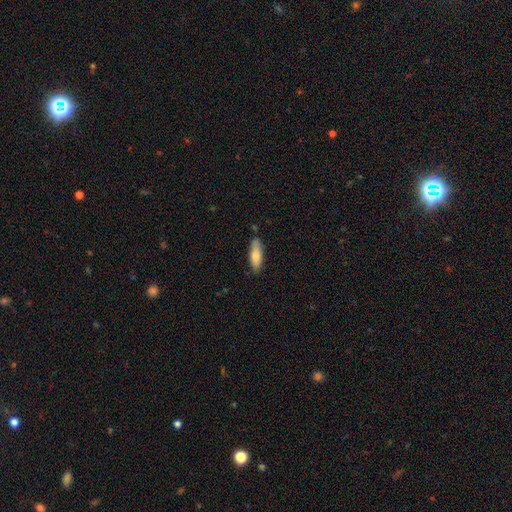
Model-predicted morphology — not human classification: Smooth or featured?
  - smooth: 71% *
  - featured or disk: 23%
  - star or artifact: 6%
How rounded?
  - in between: 49% * (tied)
  - cigar-shaped: 49% * (tied)
  - round: 2%
Merging?
  - none: 81% *
  - minor disturbance: 14%
  - major disturbance: 2%
  - merger: 2%